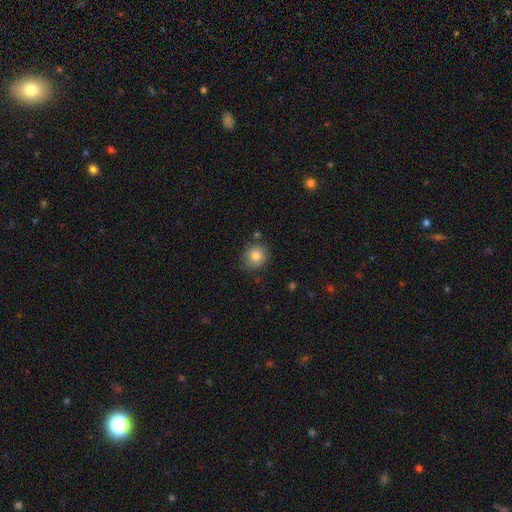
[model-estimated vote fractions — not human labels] Smooth or featured: smooth — 82% (star or artifact — 10%)
How rounded: round — 85% (in between — 14%)
Merging: none — 80% (minor disturbance — 14%)